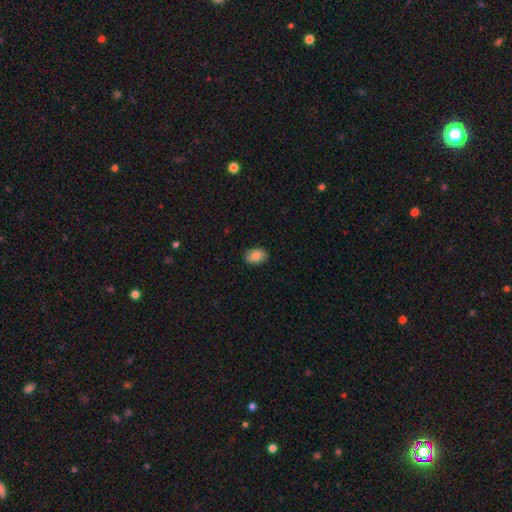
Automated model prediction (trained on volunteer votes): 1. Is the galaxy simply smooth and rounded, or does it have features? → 84% smooth, 8% featured or disk, 8% star or artifact.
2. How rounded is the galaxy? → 82% in between, 17% round, 1% cigar-shaped.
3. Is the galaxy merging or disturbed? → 88% none, 9% minor disturbance, 2% major disturbance, 1% merger.